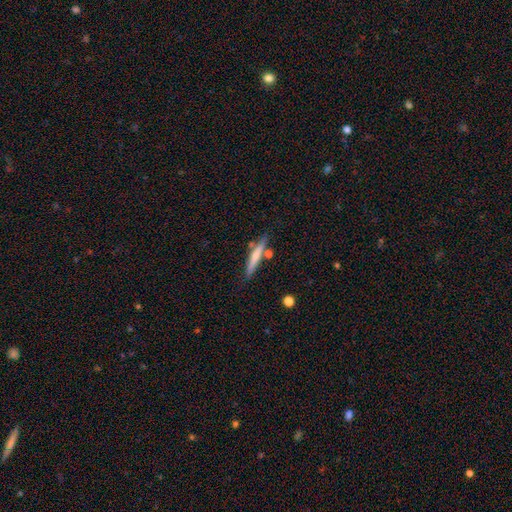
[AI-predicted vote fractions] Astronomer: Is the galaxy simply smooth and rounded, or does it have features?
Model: smooth — 59% (runner-up: featured or disk, 35%).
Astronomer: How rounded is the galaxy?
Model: cigar-shaped — 92%.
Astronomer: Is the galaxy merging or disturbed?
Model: none — 74%.